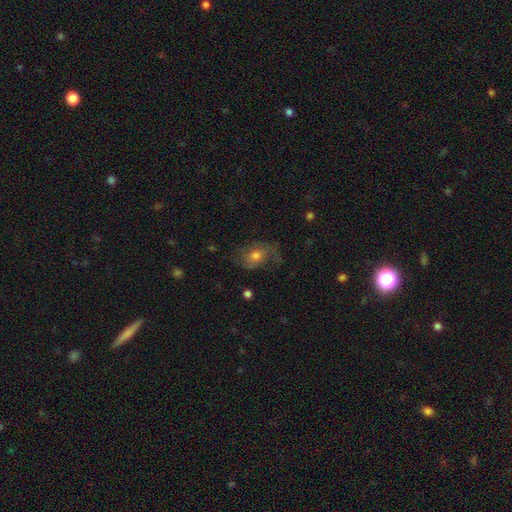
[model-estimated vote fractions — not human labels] Smooth or featured? smooth (57%)
How rounded? in between (67%)
Merging? none (54%)